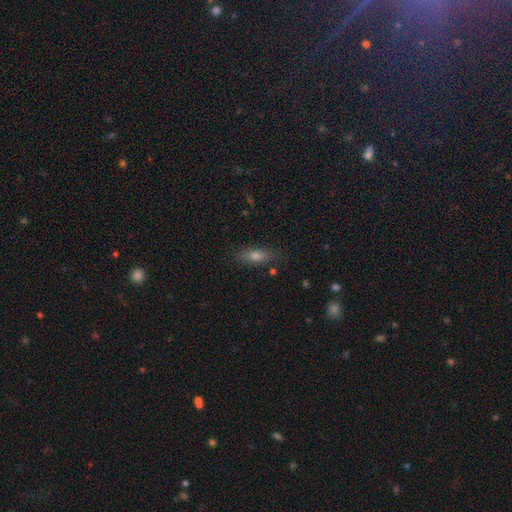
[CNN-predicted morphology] smooth_or_featured: smooth (p=0.62) [alt: featured or disk p=0.26]
how_rounded: in between (p=0.50) [alt: cigar-shaped p=0.46]
merging: none (p=0.84) [alt: minor disturbance p=0.11]